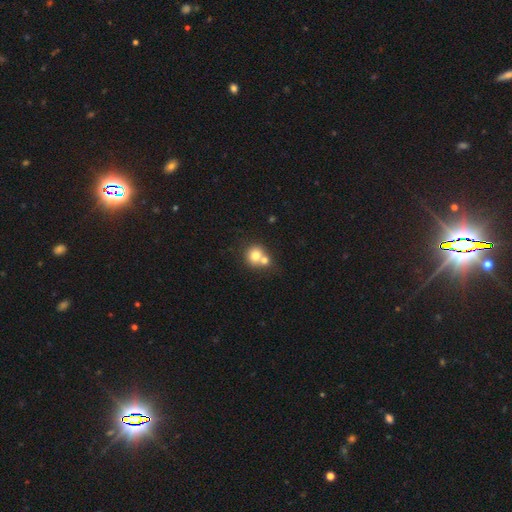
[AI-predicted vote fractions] Smooth or featured? smooth (74%)
How rounded? round (84%)
Merging? merger (54%)